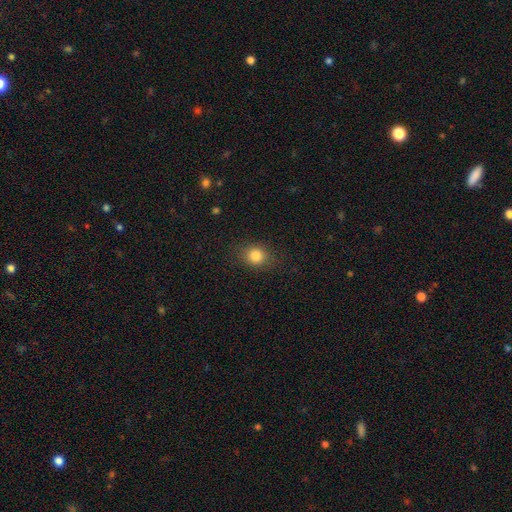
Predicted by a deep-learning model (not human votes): Smooth or featured?
  - smooth: 83% *
  - star or artifact: 11%
  - featured or disk: 6%
How rounded?
  - round: 70% *
  - in between: 29%
  - cigar-shaped: 1%
Merging?
  - none: 84% *
  - minor disturbance: 11%
  - major disturbance: 4%
  - merger: 1%